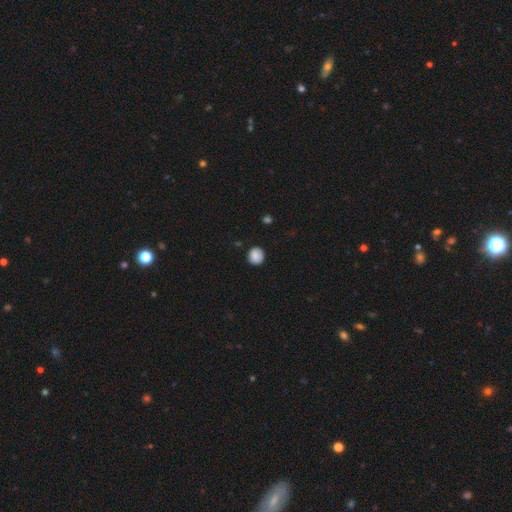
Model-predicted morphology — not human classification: Smooth or featured? smooth (85%)
How rounded? round (85%)
Merging? none (86%)